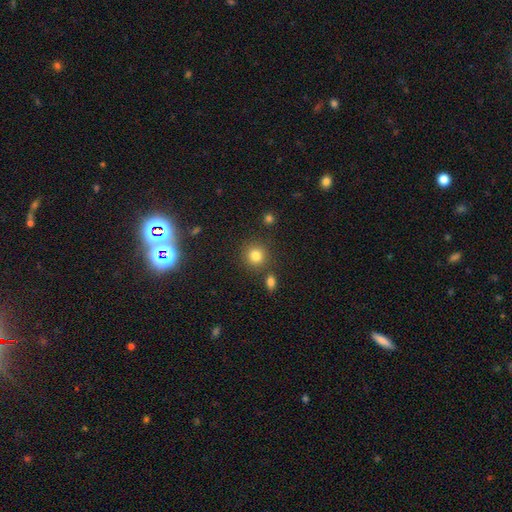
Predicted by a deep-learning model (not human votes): Smooth or featured? smooth (82%)
How rounded? round (89%)
Merging? none (82%)